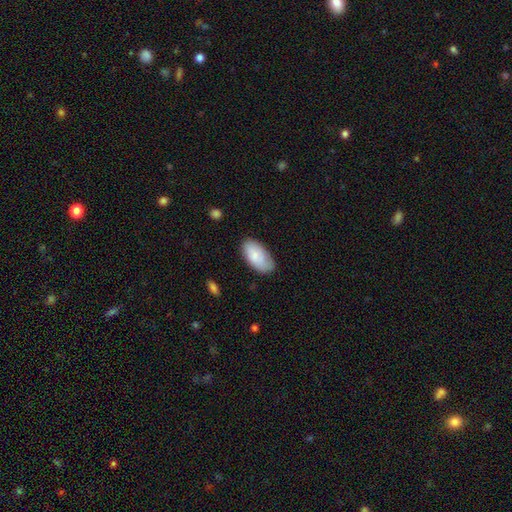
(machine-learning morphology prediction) This appears to be a smooth galaxy with no disk features (81%) that is in between round and cigar-shaped (95%). Merging: none (72%).